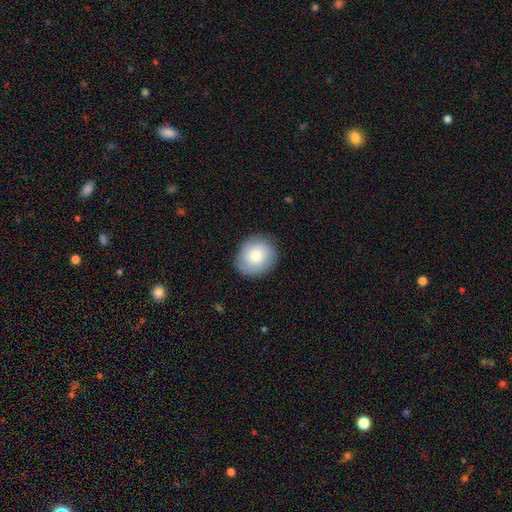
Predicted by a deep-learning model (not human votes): smooth 75%, featured or disk 17%, star or artifact 8%. Down the decision tree: how rounded — round (76%); merging — none (85%).